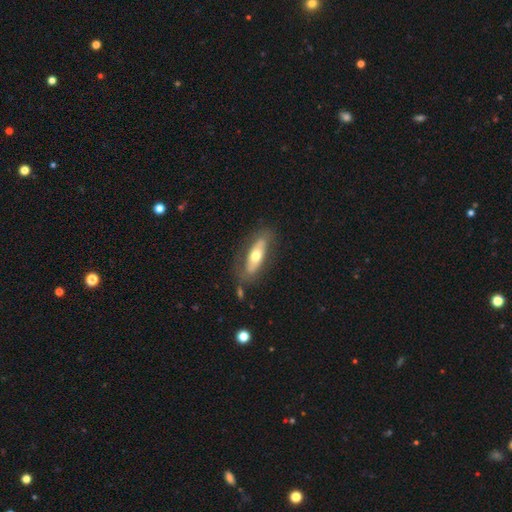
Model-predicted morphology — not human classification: smooth_or_featured: smooth (p=0.49) [alt: featured or disk p=0.45]
merging: none (p=0.73) [alt: minor disturbance p=0.17]